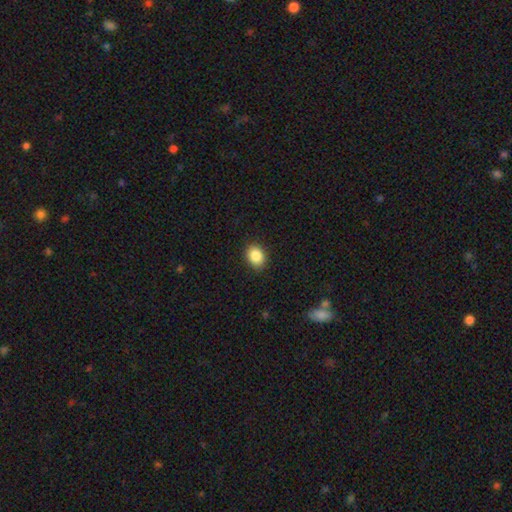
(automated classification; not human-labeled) A smooth galaxy with no disk features (87%) that is in between round and cigar-shaped (55%).

Vote fractions:
- Smooth or featured? smooth: 87% / star or artifact: 9% / featured or disk: 5%
- How rounded? in between: 55% / round: 44% / cigar-shaped: 1%
- Merging? none: 89% / minor disturbance: 8% / major disturbance: 2% / merger: 1%